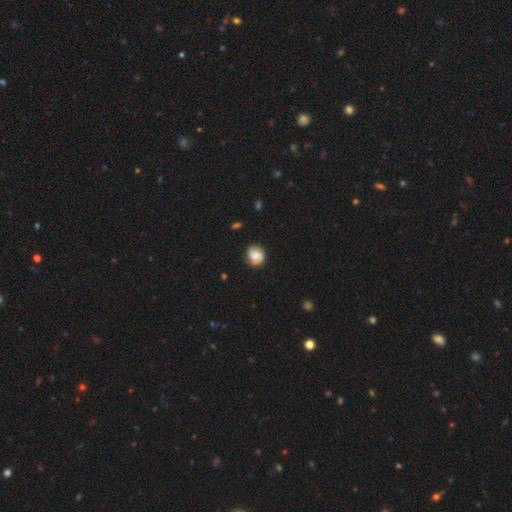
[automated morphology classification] Q: Smooth or featured?
A: smooth (60%); runner-up: featured or disk (31%)
Q: How rounded?
A: round (73%); runner-up: in between (26%)
Q: Merging?
A: none (78%); runner-up: minor disturbance (16%)